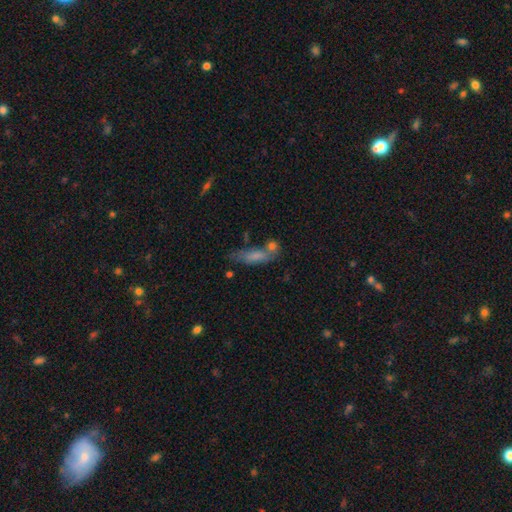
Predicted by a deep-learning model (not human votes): smooth-or-featured: smooth: 69% | featured or disk: 20% | star or artifact: 11%
  how-rounded: cigar-shaped: 50% | in between: 46% | round: 4%
  merging: none: 43% | merger: 25% | minor disturbance: 20% | major disturbance: 11%